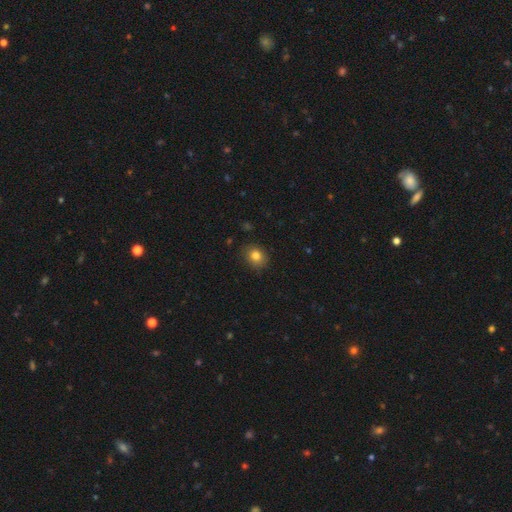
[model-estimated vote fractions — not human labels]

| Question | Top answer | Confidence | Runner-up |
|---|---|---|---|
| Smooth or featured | smooth | 82% | star or artifact (11%) |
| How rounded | round | 63% | in between (36%) |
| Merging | none | 84% | minor disturbance (12%) |